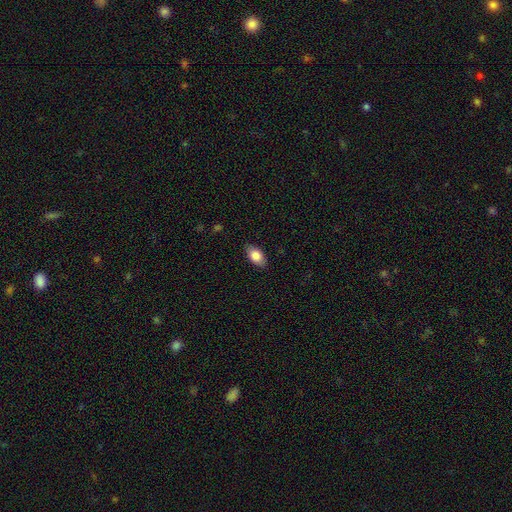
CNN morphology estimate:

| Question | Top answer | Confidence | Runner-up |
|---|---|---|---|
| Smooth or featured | smooth | 82% | featured or disk (11%) |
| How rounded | in between | 92% | round (5%) |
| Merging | none | 85% | minor disturbance (12%) |